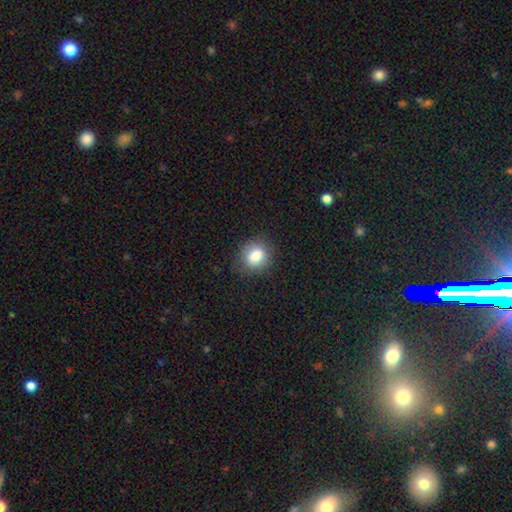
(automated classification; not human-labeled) smooth-or-featured: smooth: 82% | star or artifact: 10% | featured or disk: 9%
  how-rounded: round: 55% | in between: 43% | cigar-shaped: 2%
  merging: none: 82% | minor disturbance: 13% | major disturbance: 4% | merger: 1%